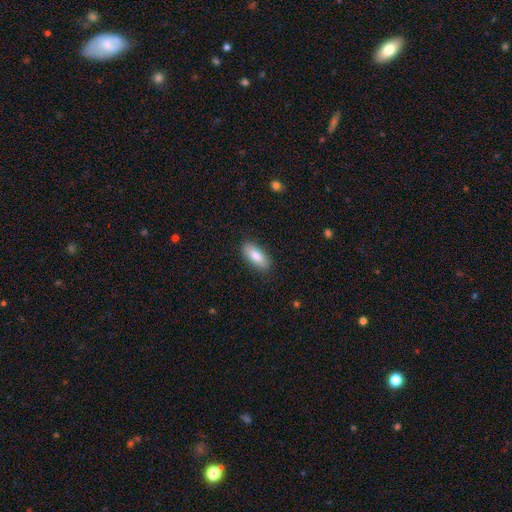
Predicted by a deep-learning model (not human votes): A smooth galaxy with no disk features (80%) that is in between round and cigar-shaped (81%). Merging: none (88%).